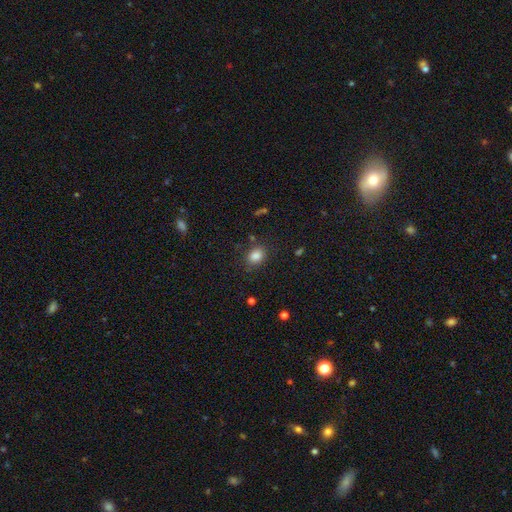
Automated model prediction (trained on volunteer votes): smooth-or-featured: smooth: 84% | star or artifact: 11% | featured or disk: 5%
  how-rounded: in between: 54% | round: 45% | cigar-shaped: 1%
  merging: none: 81% | minor disturbance: 13% | major disturbance: 4% | merger: 2%